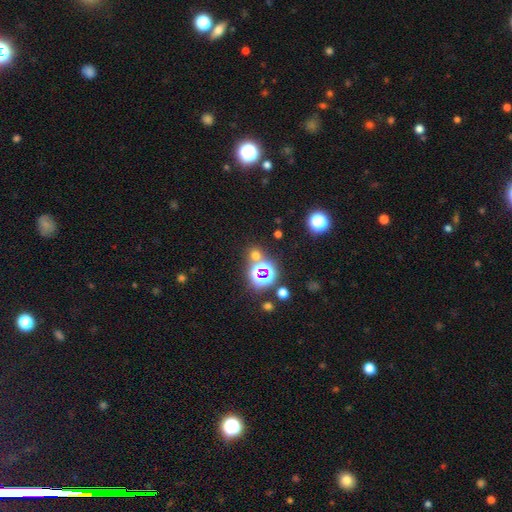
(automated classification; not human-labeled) Smooth or featured?
  - smooth: 47% *
  - star or artifact: 46%
  - featured or disk: 7%
Merging?
  - none: 75% *
  - merger: 13%
  - minor disturbance: 8%
  - major disturbance: 4%